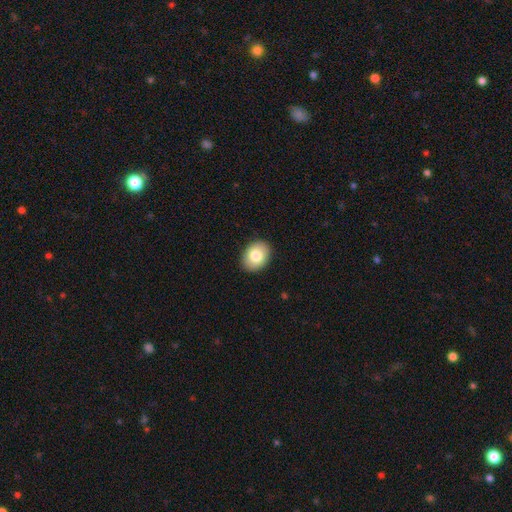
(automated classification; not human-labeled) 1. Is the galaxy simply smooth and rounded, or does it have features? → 81% smooth, 12% featured or disk, 8% star or artifact.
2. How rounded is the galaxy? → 64% in between, 35% round, 1% cigar-shaped.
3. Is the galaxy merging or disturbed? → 90% none, 7% minor disturbance, 2% major disturbance, 1% merger.